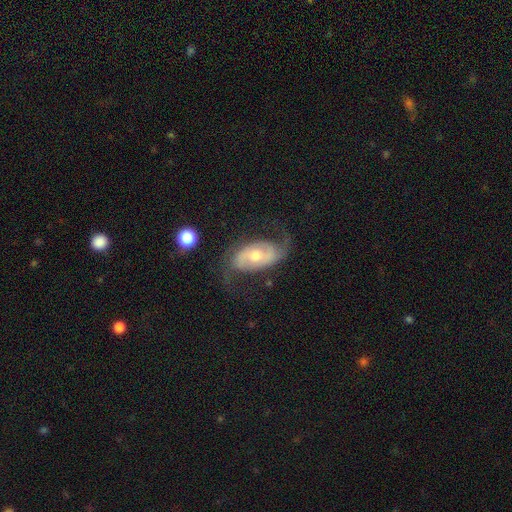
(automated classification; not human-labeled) This appears to be a featured or disk galaxy (80%) with no bar (50%), 2 (87%) loose (47%) spiral arms (91%) and a moderate central bulge (60%). Merging: none (64%).